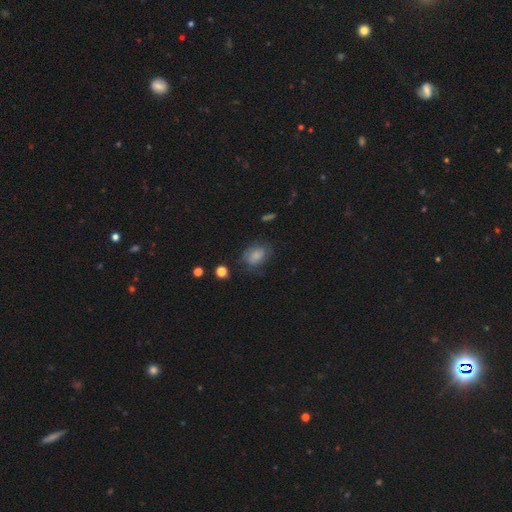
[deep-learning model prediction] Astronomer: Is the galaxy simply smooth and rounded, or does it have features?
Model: smooth — 72%.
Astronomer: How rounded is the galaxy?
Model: in between — 72%.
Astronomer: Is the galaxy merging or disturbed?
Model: none — 62%.